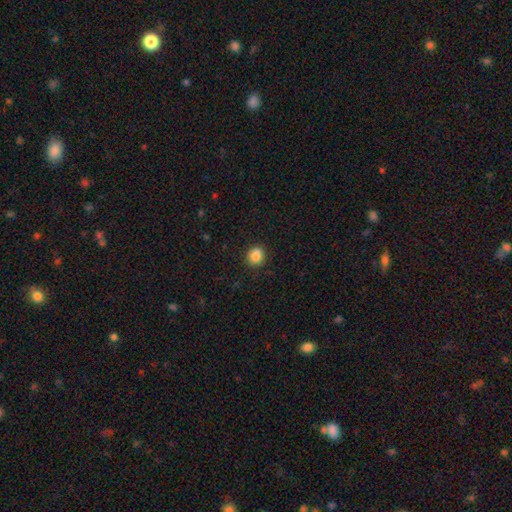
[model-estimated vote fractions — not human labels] Q: Smooth or featured?
A: smooth (86%); runner-up: star or artifact (10%)
Q: How rounded?
A: round (75%); runner-up: in between (24%)
Q: Merging?
A: none (86%); runner-up: minor disturbance (10%)